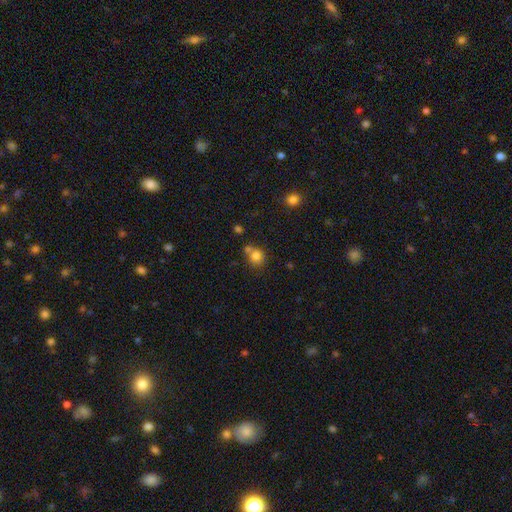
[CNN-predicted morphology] Smooth or featured? Predicted: smooth (p=0.79). How rounded? Predicted: round (p=0.80). Merging? Predicted: none (p=0.52).